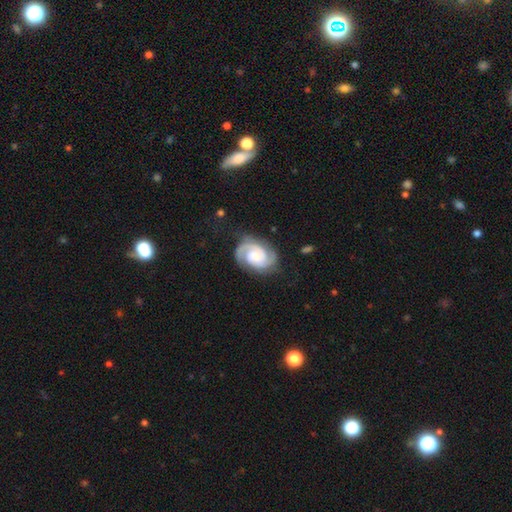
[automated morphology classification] The model was most divided on "bulge size": moderate: 28%, small: 24%, large: 22%, none: 21%, dominant: 4%. More confident: edge-on disk — no (98%); spiral arms — yes (98%); smooth or featured — featured or disk (86%); spiral arm count — 2 (81%); merging — none (74%); bar — no (60%); spiral winding — tight (60%).